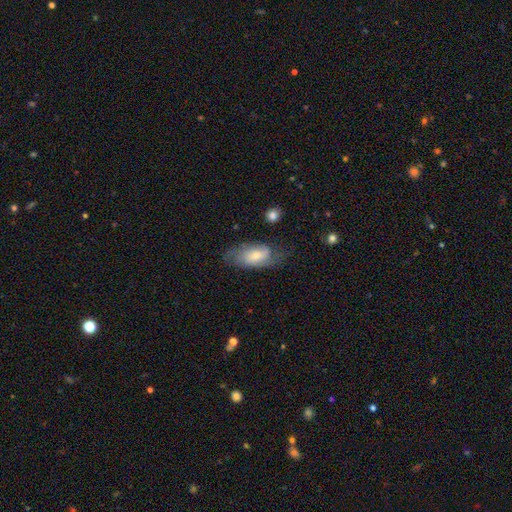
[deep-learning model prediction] Smooth or featured? featured or disk (48%)
Merging? none (56%)